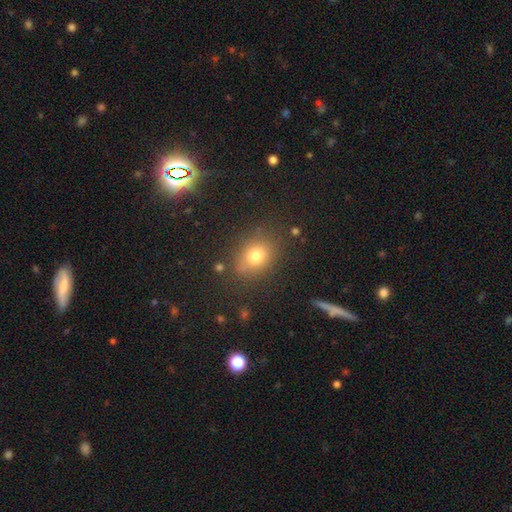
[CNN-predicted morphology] Smooth or featured: smooth — 75% (star or artifact — 16%)
How rounded: in between — 51% (round — 47%)
Merging: none — 79% (minor disturbance — 13%)